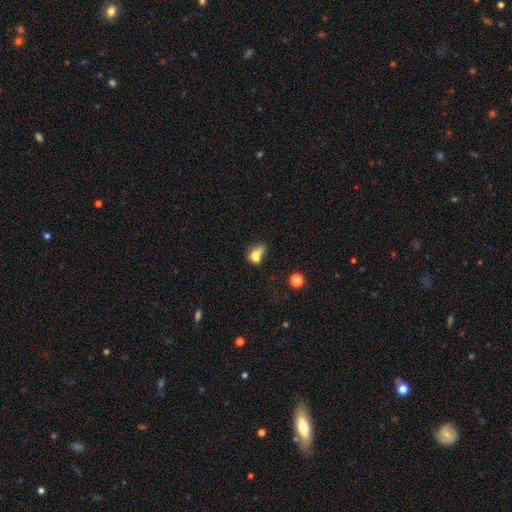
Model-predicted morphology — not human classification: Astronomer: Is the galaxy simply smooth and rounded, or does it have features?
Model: smooth — 70%.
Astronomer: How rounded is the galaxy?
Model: in between — 68%.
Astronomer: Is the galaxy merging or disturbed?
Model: merger — 34% (runner-up: none, 26%).